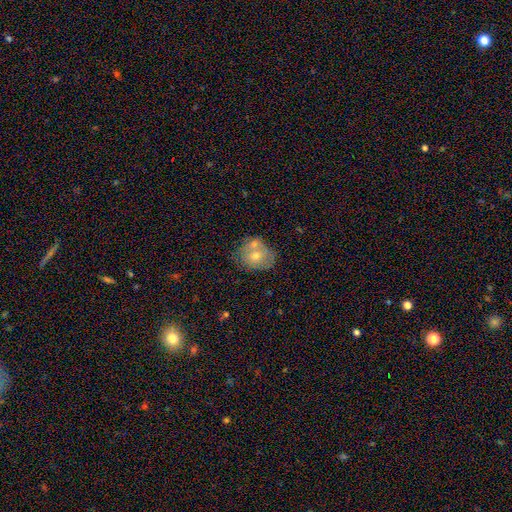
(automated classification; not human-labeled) A smooth galaxy with no disk features (56%) that is round (59%). Merging: none (48%).